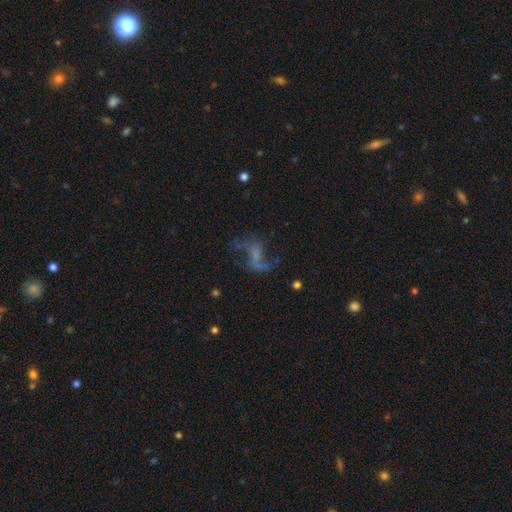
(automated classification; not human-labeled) Smooth or featured: featured or disk — 62% (smooth — 19%)
Edge-on disk: no — 96% (yes — 4%)
Bar: no — 55% (weak — 32%)
Spiral arms: yes — 68% (no — 32%)
Bulge size: none — 61% (small — 23%)
Merging: none — 44% (major disturbance — 35%)